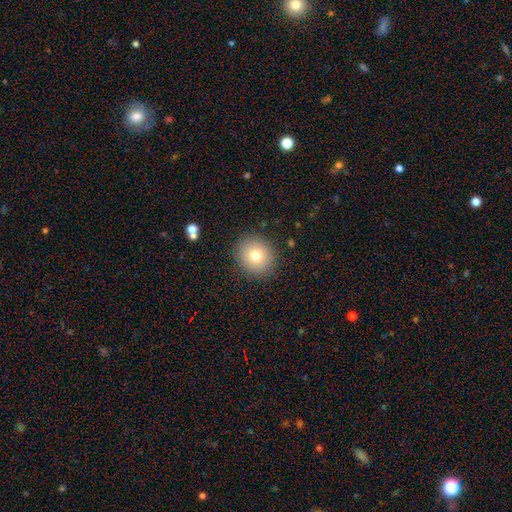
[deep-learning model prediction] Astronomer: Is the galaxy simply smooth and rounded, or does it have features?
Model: smooth — 77%.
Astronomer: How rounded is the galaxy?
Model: round — 84%.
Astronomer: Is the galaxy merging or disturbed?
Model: none — 88%.